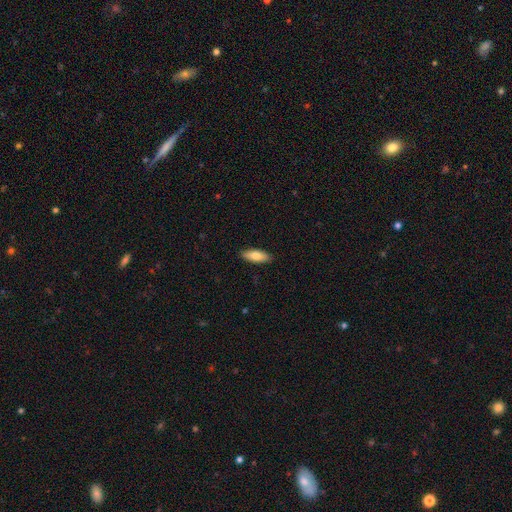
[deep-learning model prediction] Smooth or featured? Predicted: smooth (p=0.78). How rounded? Predicted: in between (p=0.72). Merging? Predicted: none (p=0.89).